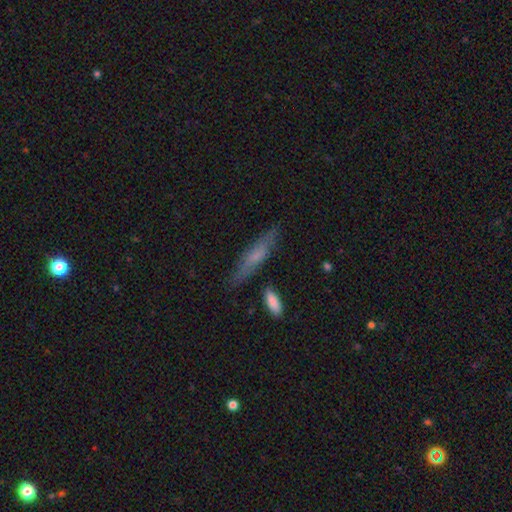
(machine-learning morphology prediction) smooth-or-featured: smooth: 50% | featured or disk: 42% | star or artifact: 8%
  how-rounded: cigar-shaped: 82% | in between: 15% | round: 2%
  merging: none: 80% | minor disturbance: 13% | merger: 4% | major disturbance: 3%